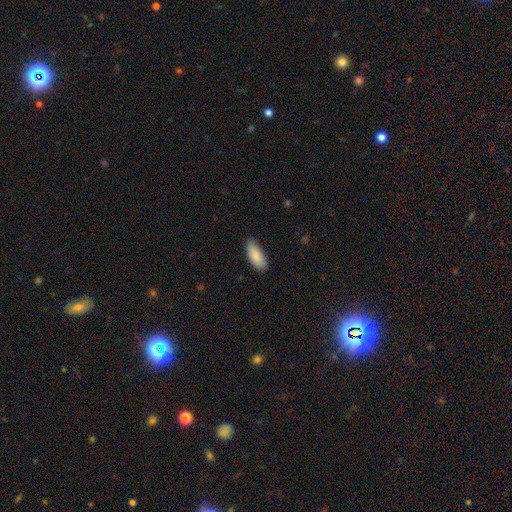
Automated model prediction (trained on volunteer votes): Smooth or featured?
  - smooth: 89% *
  - featured or disk: 6%
  - star or artifact: 6%
How rounded?
  - in between: 83% *
  - cigar-shaped: 15%
  - round: 2%
Merging?
  - none: 84% *
  - minor disturbance: 13%
  - major disturbance: 2%
  - merger: 1%